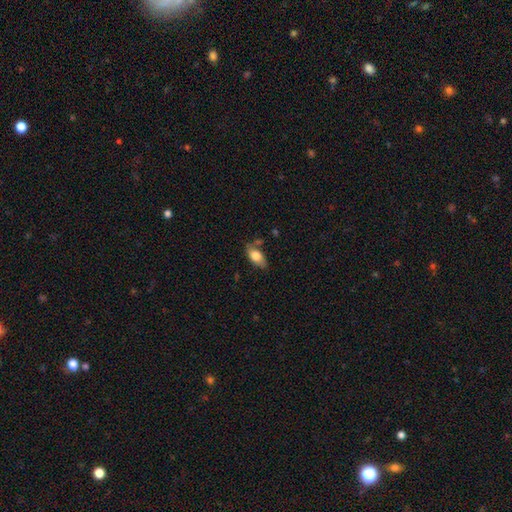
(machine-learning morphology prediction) Smooth or featured?
  - smooth: 78% *
  - featured or disk: 15%
  - star or artifact: 7%
How rounded?
  - in between: 90% *
  - cigar-shaped: 6%
  - round: 4%
Merging?
  - none: 67% *
  - minor disturbance: 21%
  - merger: 7%
  - major disturbance: 5%